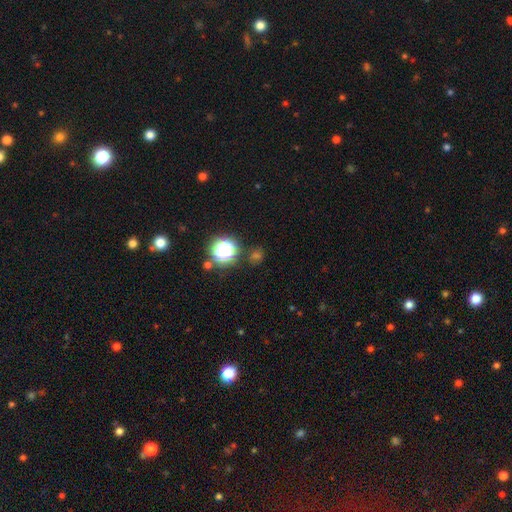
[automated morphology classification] A star or artifact, not a galaxy (54%).